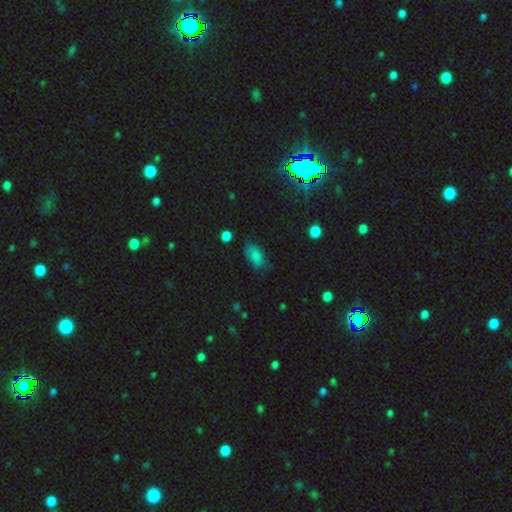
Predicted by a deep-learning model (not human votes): Smooth or featured? smooth (81%)
How rounded? in between (91%)
Merging? none (66%)